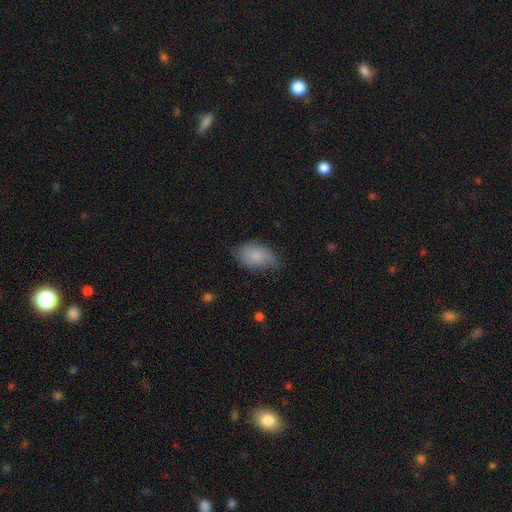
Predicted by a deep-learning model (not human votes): Smooth or featured: smooth — 79% (featured or disk — 15%)
How rounded: in between — 91% (round — 7%)
Merging: none — 64% (minor disturbance — 29%)